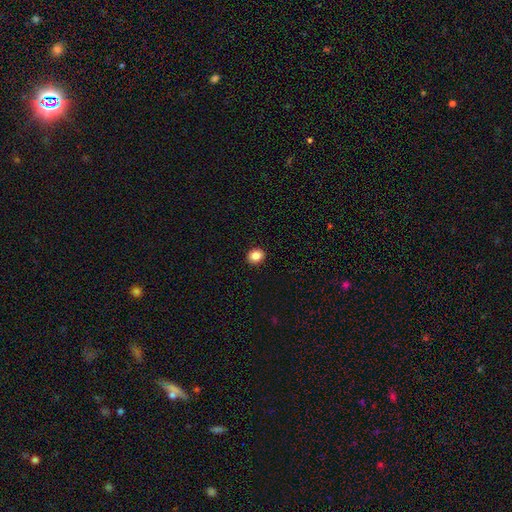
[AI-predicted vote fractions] This appears to be a smooth galaxy with no disk features (86%) that is round (67%). Merging: none (92%).